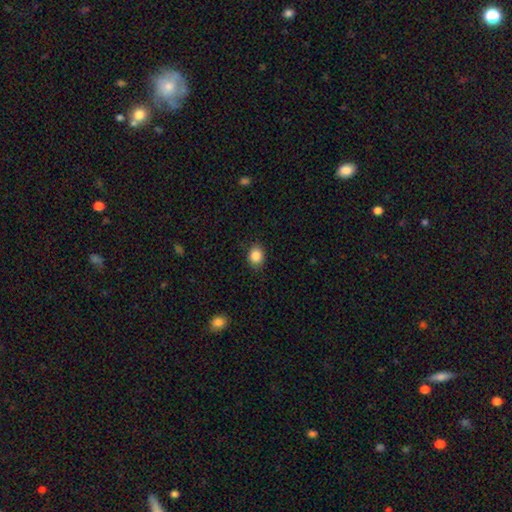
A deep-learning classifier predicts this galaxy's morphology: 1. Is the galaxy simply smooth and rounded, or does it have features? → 87% smooth, 9% star or artifact, 4% featured or disk.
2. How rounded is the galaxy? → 51% round, 48% in between, 1% cigar-shaped.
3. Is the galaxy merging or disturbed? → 87% none, 10% minor disturbance, 2% major disturbance, 1% merger.